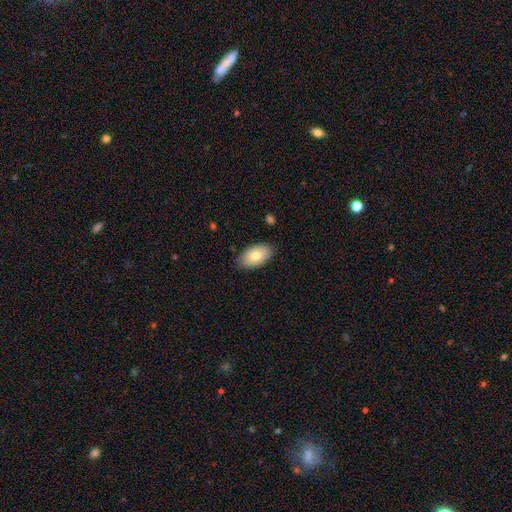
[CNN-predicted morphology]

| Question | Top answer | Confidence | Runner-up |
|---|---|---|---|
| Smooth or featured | smooth | 75% | featured or disk (18%) |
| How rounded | in between | 94% | round (5%) |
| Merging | none | 85% | minor disturbance (12%) |